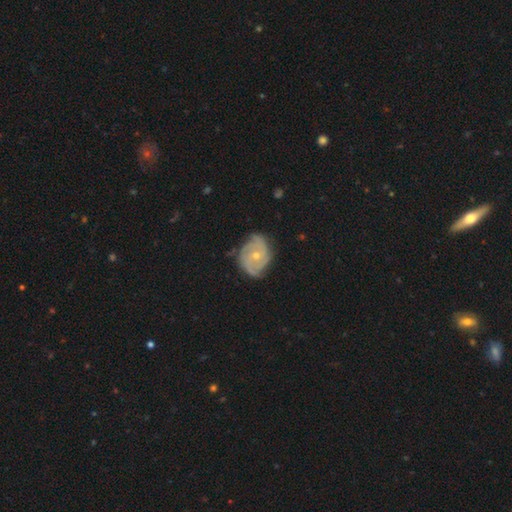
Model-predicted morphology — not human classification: featured or disk 82%, smooth 12%, star or artifact 6%. Down the decision tree: edge-on disk — no (97%); bar — no (73%); spiral arms — yes (94%); spiral arm count — 3 (34%); spiral winding — tight (57%); bulge size — small (52%); merging — none (69%).